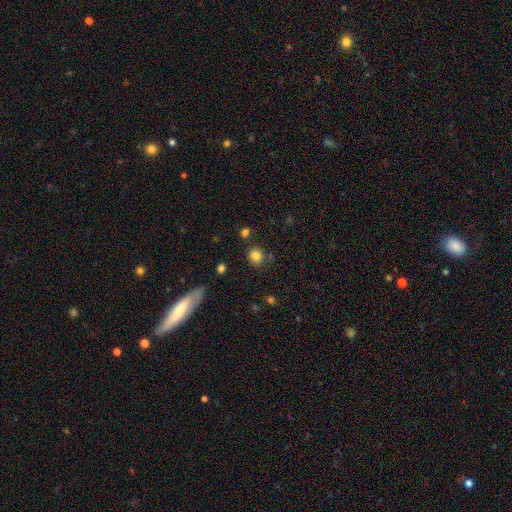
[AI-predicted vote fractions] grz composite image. It shows a smooth galaxy with no disk features (82%) that is round (84%). Merging: none (80%).